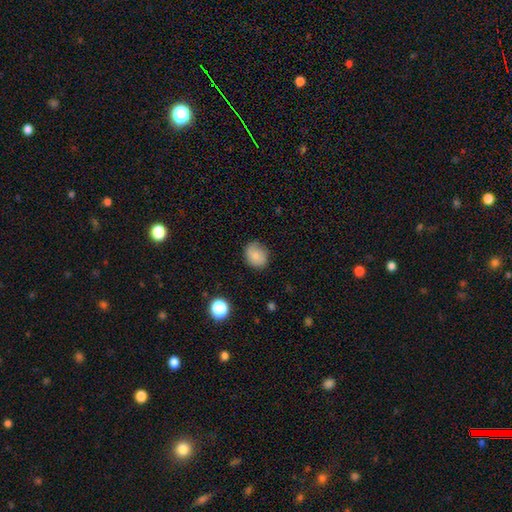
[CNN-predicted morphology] type=smooth (79%); roundness=round (67%); merging=none (76%).